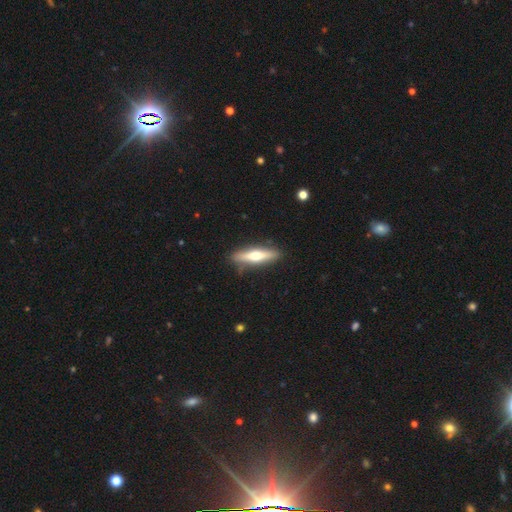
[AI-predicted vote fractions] Smooth or featured: featured or disk — 48% (smooth — 47%)
Merging: none — 86% (minor disturbance — 10%)